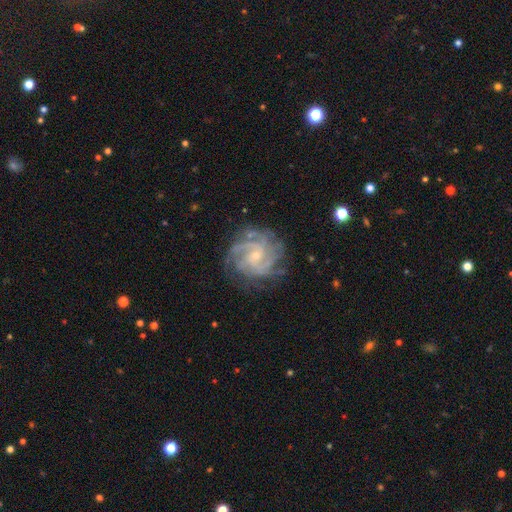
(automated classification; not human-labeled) A featured or disk galaxy (89%) with no bar (58%), 4 (27%) tight (58%) spiral arms (98%) and a small central bulge (74%).

Vote fractions:
- Smooth or featured? featured or disk: 89% / star or artifact: 6% / smooth: 5%
- Edge-on disk? no: 98% / yes: 2%
- Bar? no: 58% / weak: 35% / strong: 7%
- Spiral arms? yes: 98% / no: 2%
- Spiral winding? tight: 58% / medium: 36% / loose: 6%
- Spiral arm count? 4: 27% / 3: 26% / can't tell: 20% / 2: 13% / more than 4: 8% / 1: 7%
- Bulge size? small: 74% / moderate: 21% / none: 3% / large: 1% / dominant: 1%
- Merging? none: 76% / minor disturbance: 16% / major disturbance: 7% / merger: 1%